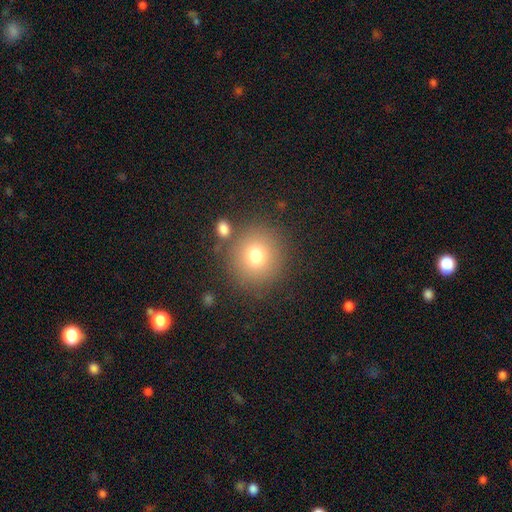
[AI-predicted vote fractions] A smooth galaxy with no disk features (75%) that is round (91%).

Vote fractions:
- Smooth or featured? smooth: 75% / star or artifact: 13% / featured or disk: 11%
- How rounded? round: 91% / in between: 8% / cigar-shaped: 1%
- Merging? none: 80% / minor disturbance: 9% / merger: 7% / major disturbance: 4%